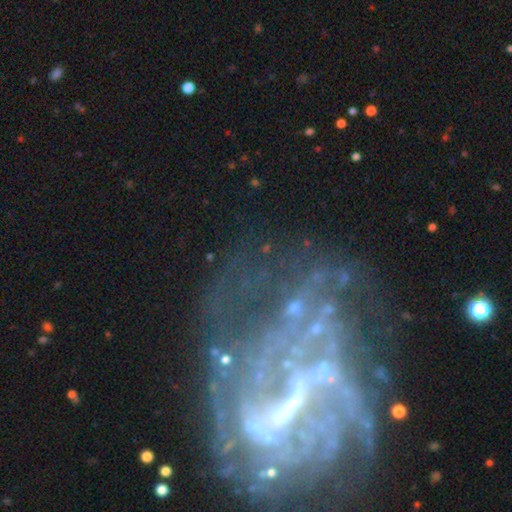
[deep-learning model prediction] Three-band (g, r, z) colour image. It shows a featured or disk galaxy (73%) with no bar (45%), no spiral arms (51%) and no central bulge (47%). Merging: none (44%).